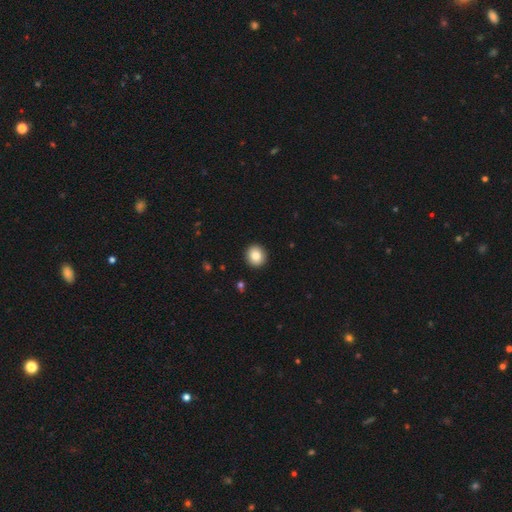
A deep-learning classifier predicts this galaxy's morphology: Smooth or featured?
  - smooth: 85% *
  - star or artifact: 9%
  - featured or disk: 6%
How rounded?
  - round: 90% *
  - in between: 9%
  - cigar-shaped: 1%
Merging?
  - none: 93% *
  - minor disturbance: 5%
  - major disturbance: 2%
  - merger: 1%